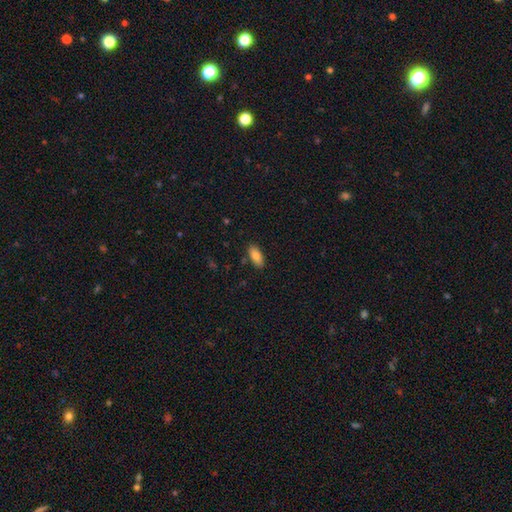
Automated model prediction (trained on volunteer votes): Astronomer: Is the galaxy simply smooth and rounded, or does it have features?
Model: smooth — 85%.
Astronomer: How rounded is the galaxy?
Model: in between — 86%.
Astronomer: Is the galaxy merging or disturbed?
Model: none — 86%.